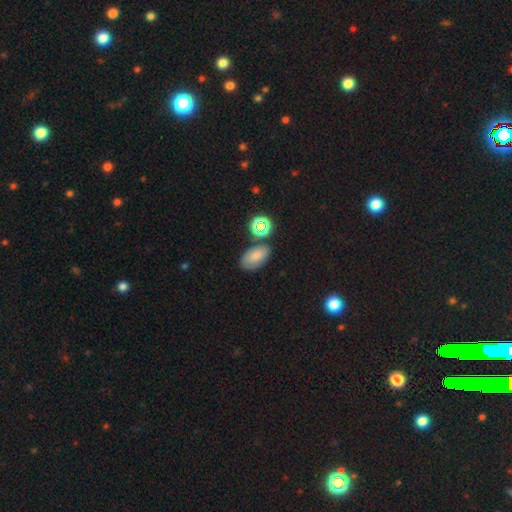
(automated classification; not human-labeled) This is likely a smooth galaxy (70%). How rounded: clearly in between (89%). Merging: likely none (71%).